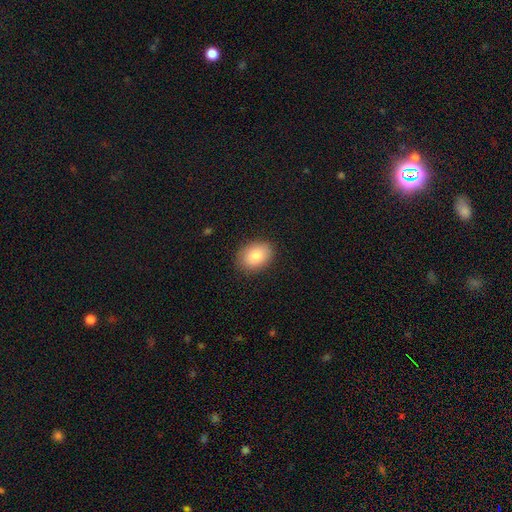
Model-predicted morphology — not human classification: A smooth galaxy with no disk features (83%) that is in between round and cigar-shaped (72%).

Vote fractions:
- Smooth or featured? smooth: 83% / featured or disk: 9% / star or artifact: 7%
- How rounded? in between: 72% / round: 28% / cigar-shaped: 1%
- Merging? none: 86% / minor disturbance: 10% / major disturbance: 3% / merger: 1%